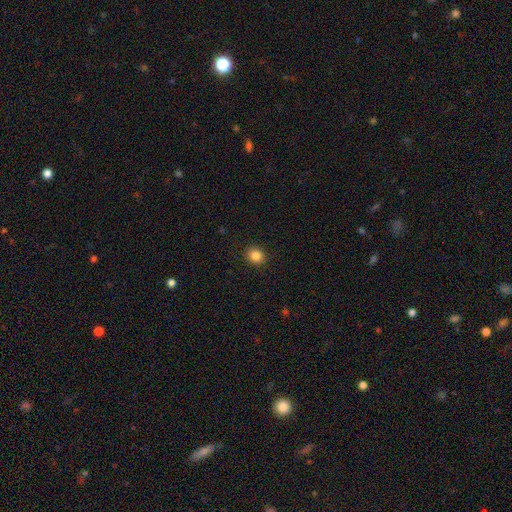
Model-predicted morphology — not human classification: type=smooth (85%); roundness=round (76%); merging=none (91%).